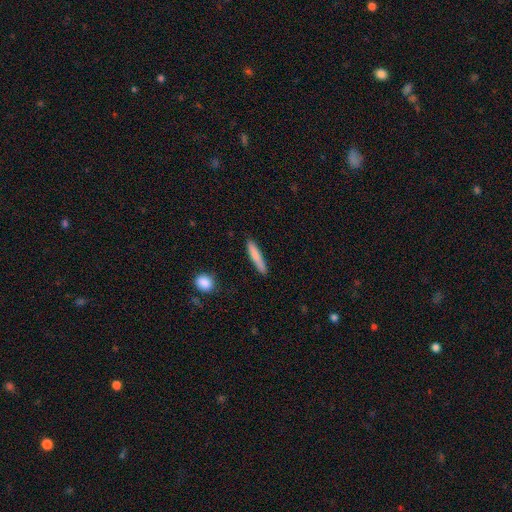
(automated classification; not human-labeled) smooth 80%, featured or disk 14%, star or artifact 6%. Down the decision tree: how rounded — cigar-shaped (91%); merging — none (86%).